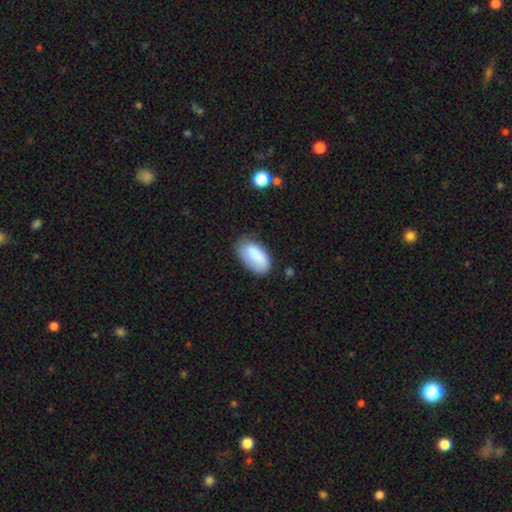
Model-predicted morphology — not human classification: This is clearly a smooth galaxy (84%). How rounded: clearly in between (95%). Merging: likely none (66%).